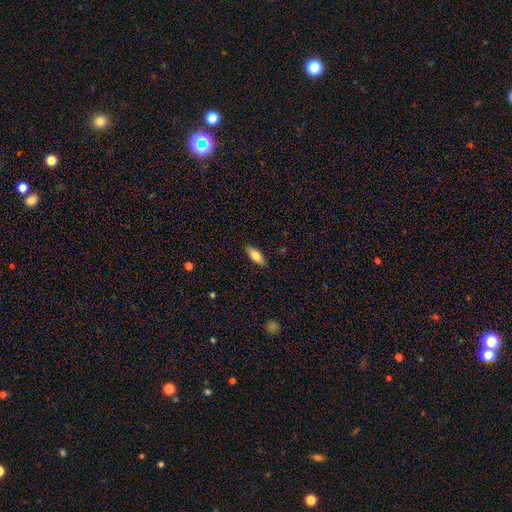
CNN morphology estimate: smooth_or_featured: smooth (p=0.79) [alt: featured or disk p=0.15]
how_rounded: in between (p=0.79) [alt: cigar-shaped p=0.18]
merging: none (p=0.87) [alt: minor disturbance p=0.10]